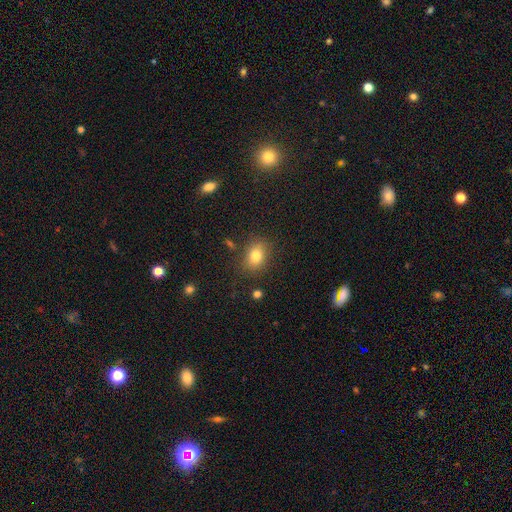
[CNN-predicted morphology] smooth_or_featured: smooth (p=0.80) [alt: star or artifact p=0.11]
how_rounded: in between (p=0.60) [alt: round p=0.39]
merging: none (p=0.82) [alt: minor disturbance p=0.12]